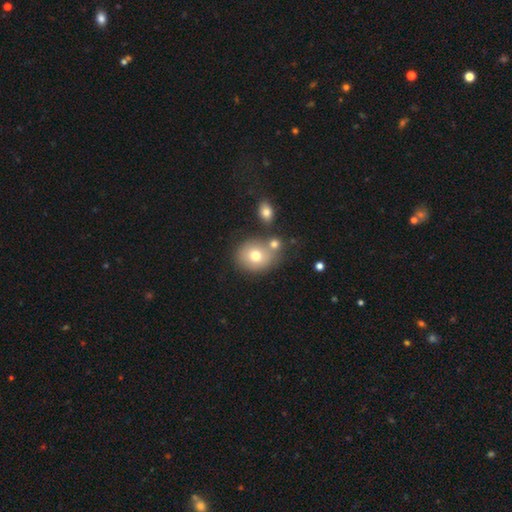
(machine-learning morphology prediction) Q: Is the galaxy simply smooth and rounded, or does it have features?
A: smooth — 73%.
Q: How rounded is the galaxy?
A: round — 67%.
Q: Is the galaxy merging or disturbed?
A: none — 56%.